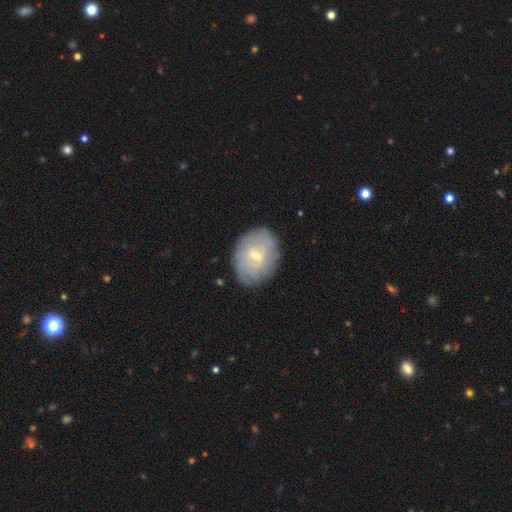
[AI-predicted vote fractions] Smooth or featured? featured or disk (55%)
Edge-on disk? no (95%)
Bar? no (50%)
Spiral arms? yes (61%)
Bulge size? small (63%)
Merging? none (79%)